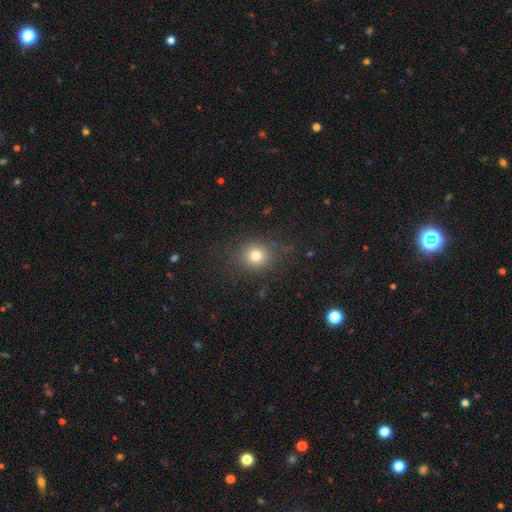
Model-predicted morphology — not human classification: smooth-or-featured: smooth: 76% | star or artifact: 14% | featured or disk: 9%
  how-rounded: round: 82% | in between: 17% | cigar-shaped: 1%
  merging: none: 82% | minor disturbance: 11% | major disturbance: 5% | merger: 1%